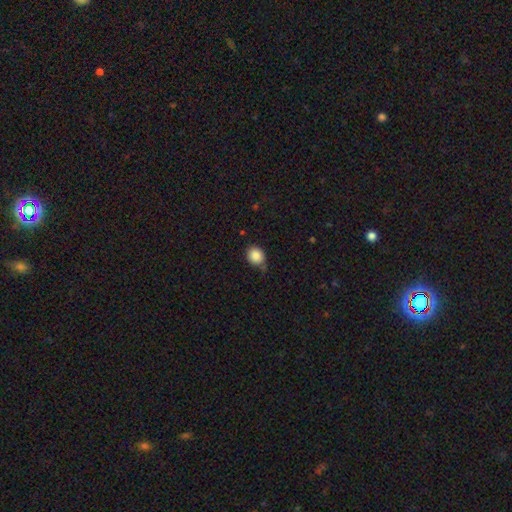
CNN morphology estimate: Smooth or featured? Predicted: smooth (p=0.87). How rounded? Predicted: round (p=0.70). Merging? Predicted: none (p=0.72).